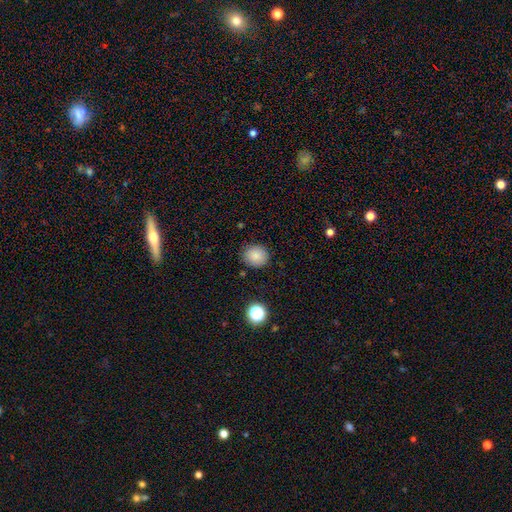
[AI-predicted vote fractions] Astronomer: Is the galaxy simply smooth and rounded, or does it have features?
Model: smooth — 85%.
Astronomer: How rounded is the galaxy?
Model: round — 80%.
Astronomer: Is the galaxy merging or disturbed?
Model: none — 86%.